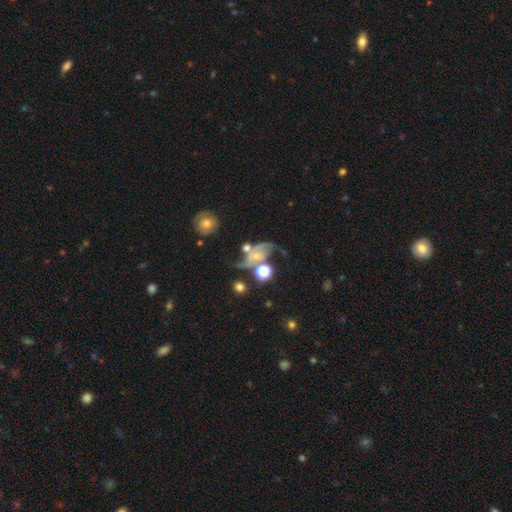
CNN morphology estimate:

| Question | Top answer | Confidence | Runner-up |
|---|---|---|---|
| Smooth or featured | featured or disk | 74% | smooth (15%) |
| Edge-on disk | no | 96% | yes (4%) |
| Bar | no | 57% | weak (31%) |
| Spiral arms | yes | 89% | no (11%) |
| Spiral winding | loose | 64% | medium (28%) |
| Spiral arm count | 2 | 87% | can't tell (5%) |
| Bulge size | small | 51% | moderate (24%) |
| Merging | none | 36% | merger (23%) |